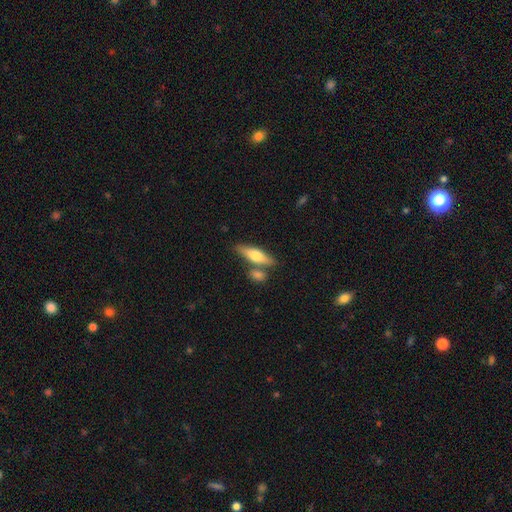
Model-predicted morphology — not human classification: A smooth galaxy with no disk features (60%) that is cigar-shaped (55%). Merging: none (65%).